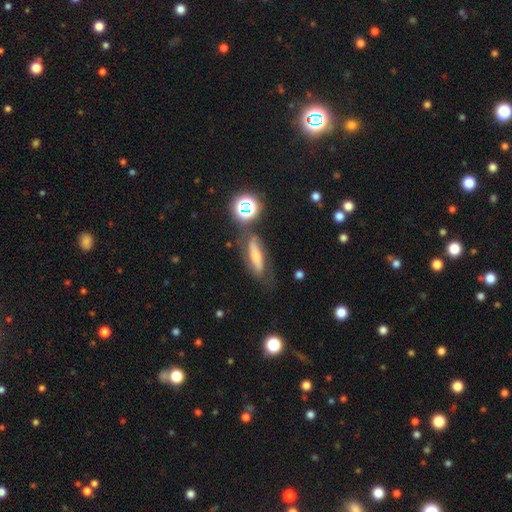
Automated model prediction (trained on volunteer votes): Smooth or featured?
  - featured or disk: 49% *
  - smooth: 33%
  - star or artifact: 18%
Merging?
  - none: 61% *
  - minor disturbance: 22%
  - major disturbance: 11%
  - merger: 6%